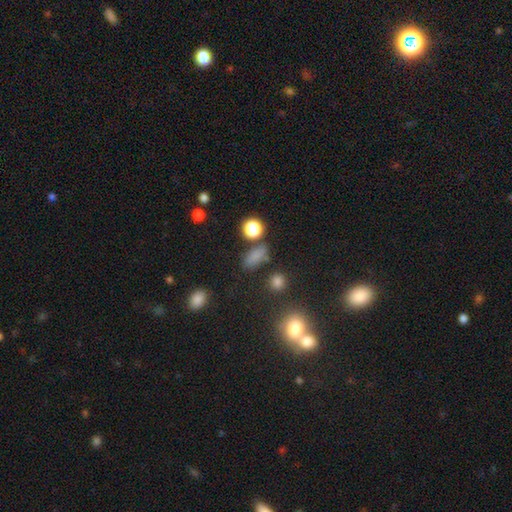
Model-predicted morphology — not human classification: Smooth or featured? smooth (72%)
How rounded? in between (73%)
Merging? none (70%)